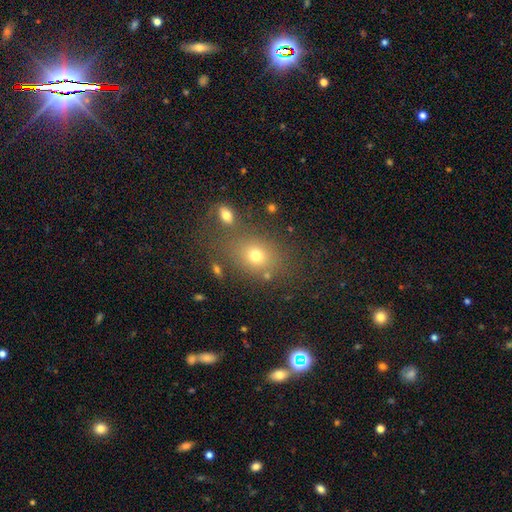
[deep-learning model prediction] Q: Smooth or featured?
A: smooth (70%); runner-up: star or artifact (18%)
Q: How rounded?
A: in between (53%); runner-up: round (46%)
Q: Merging?
A: none (68%); runner-up: merger (13%)